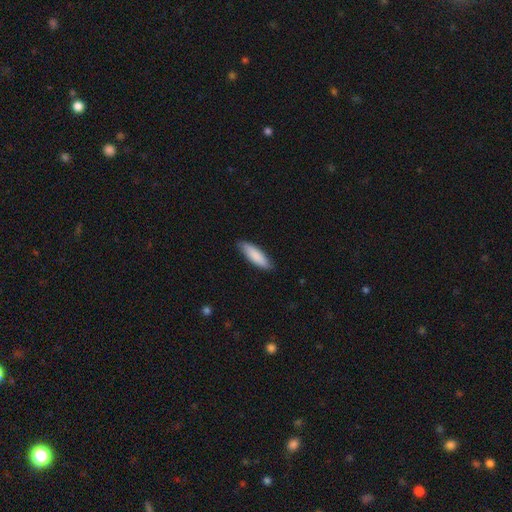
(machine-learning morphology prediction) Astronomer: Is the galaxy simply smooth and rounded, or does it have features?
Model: smooth — 86%.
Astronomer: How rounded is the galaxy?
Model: cigar-shaped — 57% (runner-up: in between, 42%).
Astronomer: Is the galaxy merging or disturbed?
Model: none — 85%.